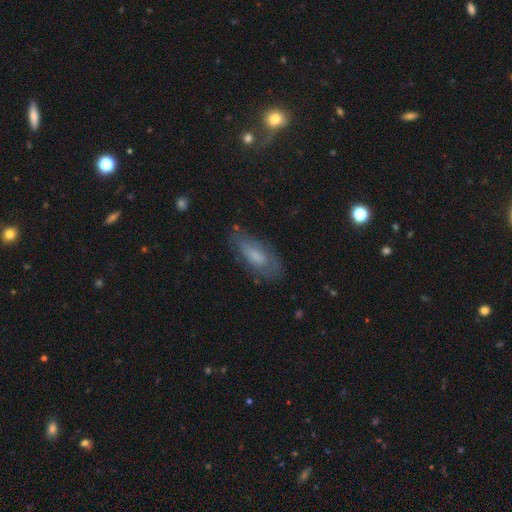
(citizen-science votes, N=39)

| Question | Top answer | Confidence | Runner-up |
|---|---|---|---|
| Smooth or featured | smooth | 51% | featured or disk (46%) |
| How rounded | in between | 95% | cigar-shaped (5%) |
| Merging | none | 66% | minor disturbance (26%) |